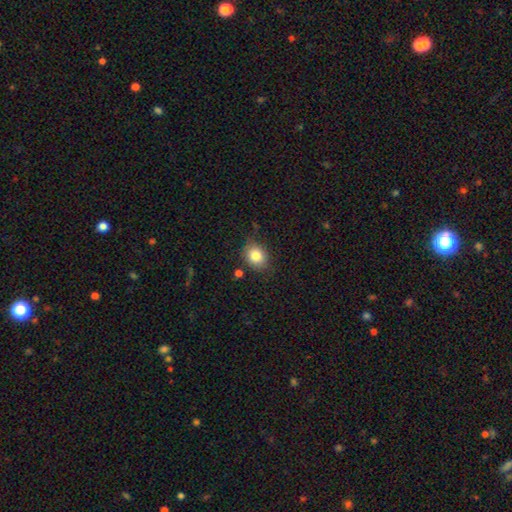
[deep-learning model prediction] Smooth or featured?
  - smooth: 82% *
  - star or artifact: 9%
  - featured or disk: 8%
How rounded?
  - round: 51% *
  - in between: 48%
  - cigar-shaped: 1%
Merging?
  - none: 79% *
  - minor disturbance: 14%
  - major disturbance: 3%
  - merger: 3%